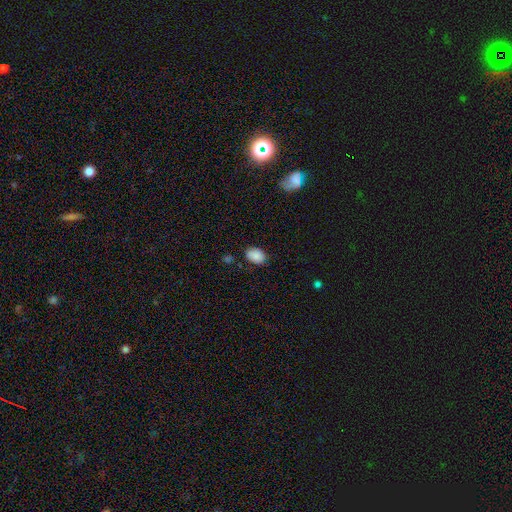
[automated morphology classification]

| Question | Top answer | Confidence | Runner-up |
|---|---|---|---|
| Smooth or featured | smooth | 88% | star or artifact (8%) |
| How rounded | in between | 80% | round (19%) |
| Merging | none | 81% | minor disturbance (14%) |